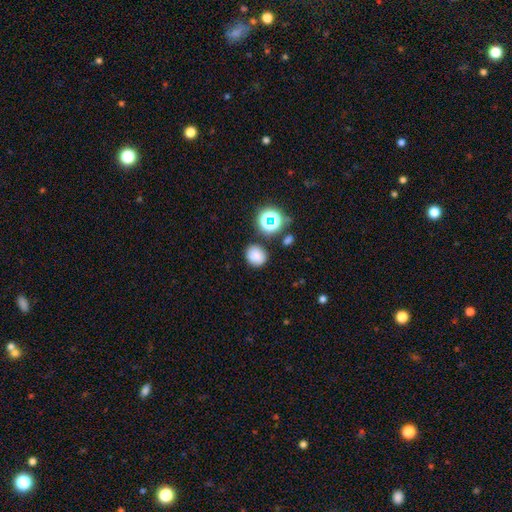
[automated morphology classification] Overall: smooth (78%). How rounded: round (68%; in between 31%). Merging: none (81%).